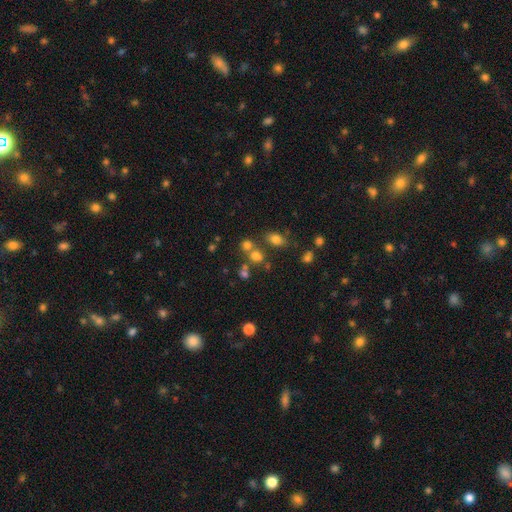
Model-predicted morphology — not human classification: Smooth or featured? Predicted: smooth (p=0.68). How rounded? Predicted: round (p=0.64). Merging? Predicted: none (p=0.56).